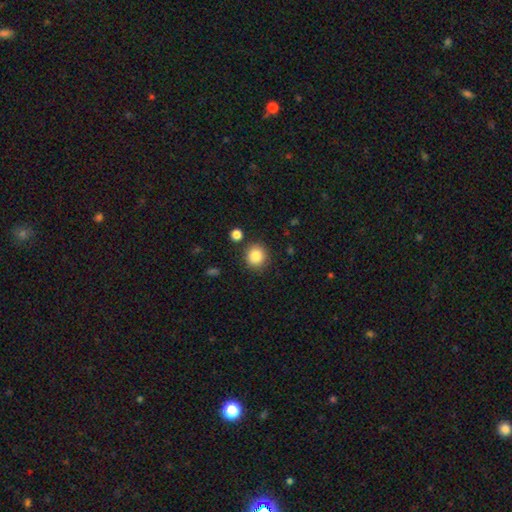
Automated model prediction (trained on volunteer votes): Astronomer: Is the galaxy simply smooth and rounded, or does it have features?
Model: smooth — 85%.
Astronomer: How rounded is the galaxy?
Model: round — 89%.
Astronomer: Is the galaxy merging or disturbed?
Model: none — 86%.